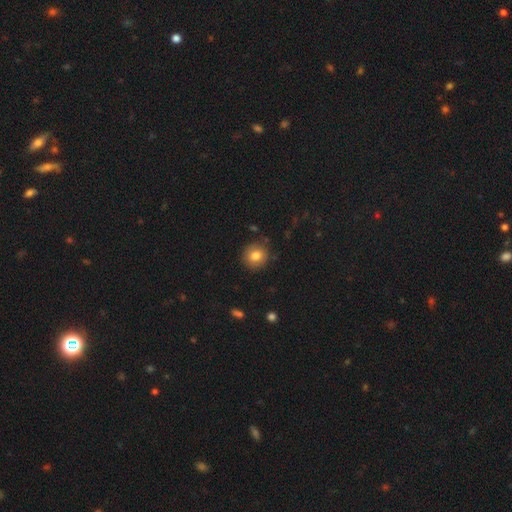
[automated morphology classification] A smooth galaxy with no disk features (80%) that is round (90%). Merging: none (88%).